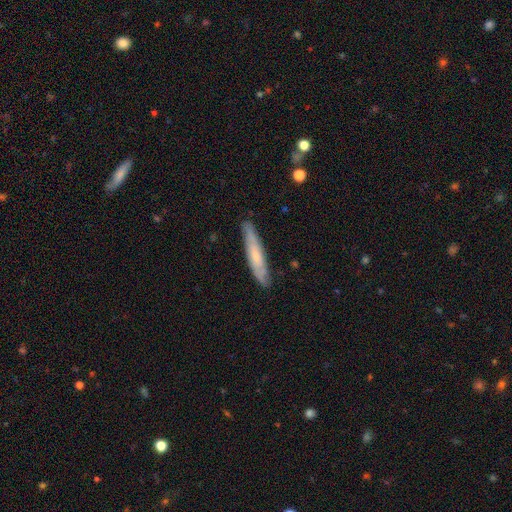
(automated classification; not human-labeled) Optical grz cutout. It shows a smooth galaxy with no disk features (49%). Merging: none (83%).